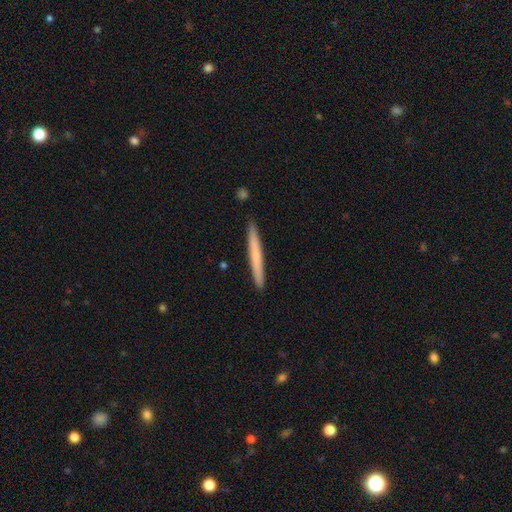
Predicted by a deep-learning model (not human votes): This is likely a smooth galaxy (62%). How rounded: clearly cigar-shaped (97%). Merging: clearly none (92%).